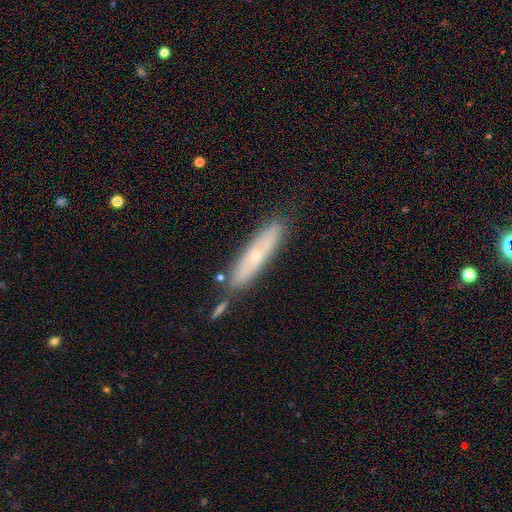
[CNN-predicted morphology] The model was most divided on "smooth or featured": smooth: 49%, featured or disk: 44%, star or artifact: 7%. More confident: merging — none (74%).